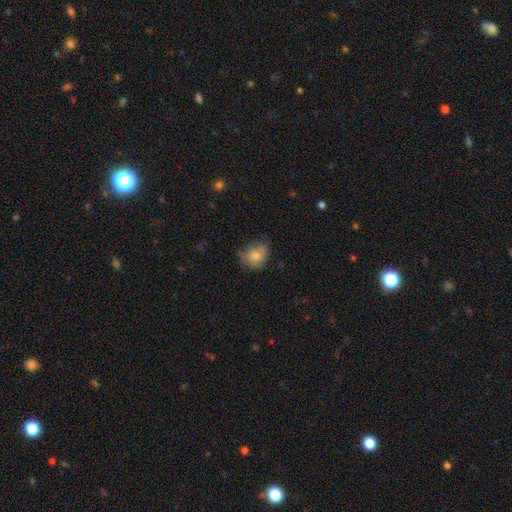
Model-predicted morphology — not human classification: Overall: smooth (78%). How rounded: round (65%; in between 34%). Merging: none (53%; minor disturbance 34%).